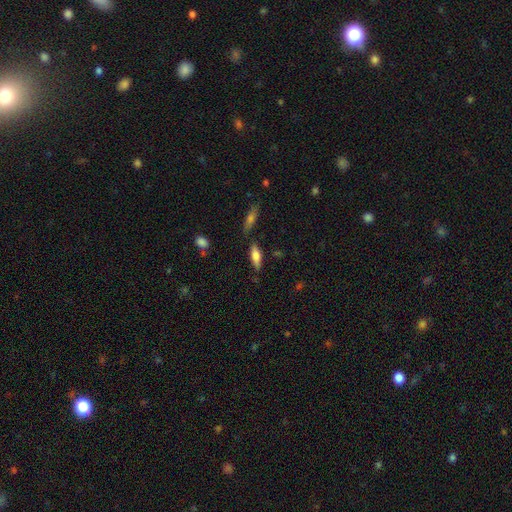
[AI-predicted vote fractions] A smooth galaxy with no disk features (68%) that is in between round and cigar-shaped (57%). Merging: none (76%).